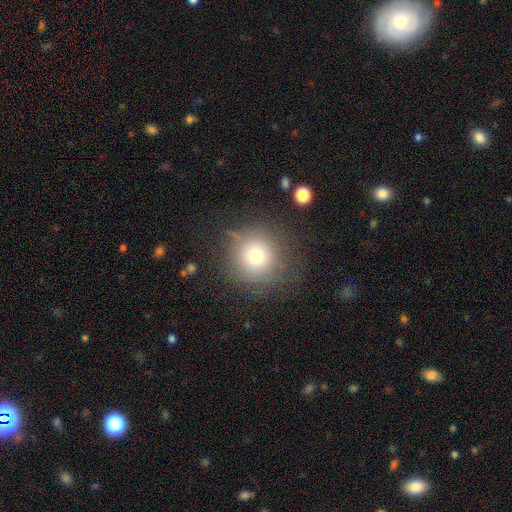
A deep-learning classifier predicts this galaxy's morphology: Smooth or featured: smooth — 70% (star or artifact — 15%)
How rounded: round — 94% (in between — 5%)
Merging: none — 78% (minor disturbance — 12%)